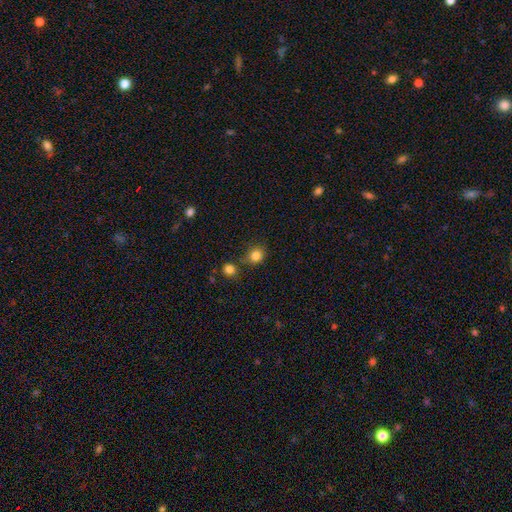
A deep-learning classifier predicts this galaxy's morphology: A smooth galaxy with no disk features (83%) that is round (82%).

Vote fractions:
- Smooth or featured? smooth: 83% / star or artifact: 12% / featured or disk: 5%
- How rounded? round: 82% / in between: 17% / cigar-shaped: 1%
- Merging? none: 75% / minor disturbance: 12% / merger: 10% / major disturbance: 3%